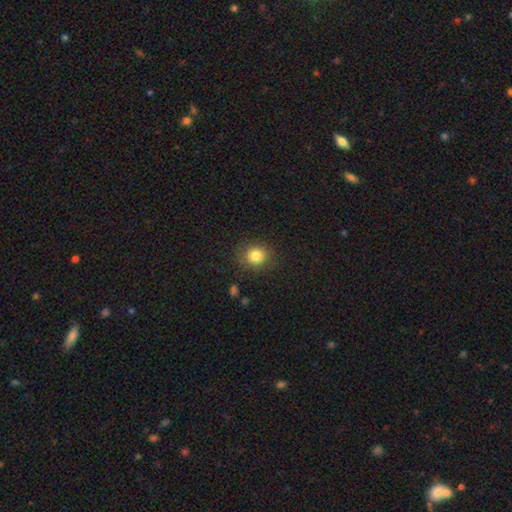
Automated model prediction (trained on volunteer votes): smooth 83%, star or artifact 11%, featured or disk 6%. Down the decision tree: how rounded — round (81%); merging — none (85%).